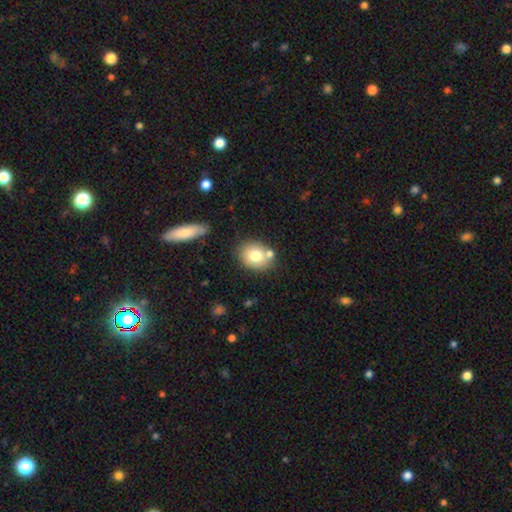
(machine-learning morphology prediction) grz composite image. It shows a smooth galaxy with no disk features (75%) that is round (54%). Merging: none (66%).